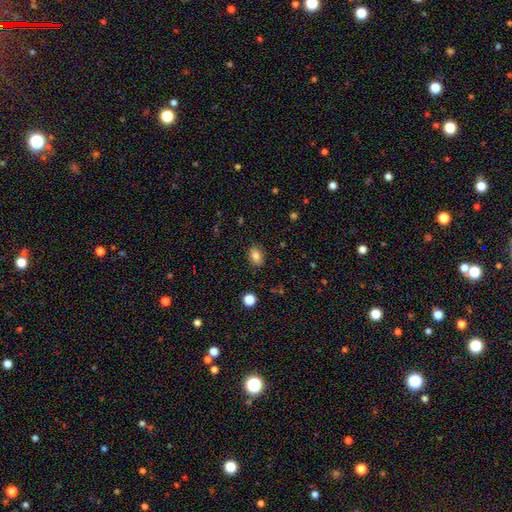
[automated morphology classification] type=smooth (82%); roundness=in between (77%); merging=none (86%).